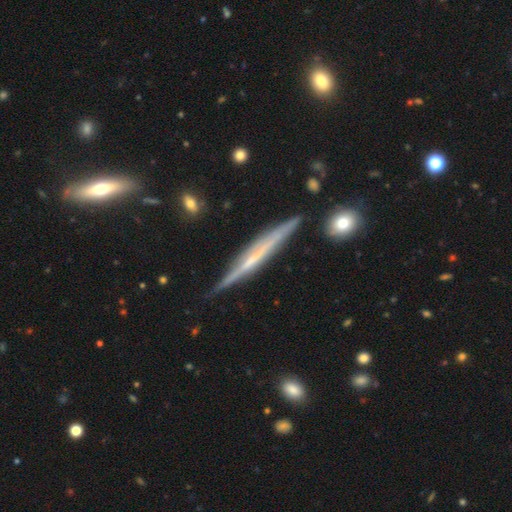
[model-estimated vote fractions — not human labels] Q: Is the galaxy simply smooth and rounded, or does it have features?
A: featured or disk — 71%.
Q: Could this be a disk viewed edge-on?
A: yes — 96%.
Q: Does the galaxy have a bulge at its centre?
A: none — 67%.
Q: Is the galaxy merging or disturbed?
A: none — 80%.